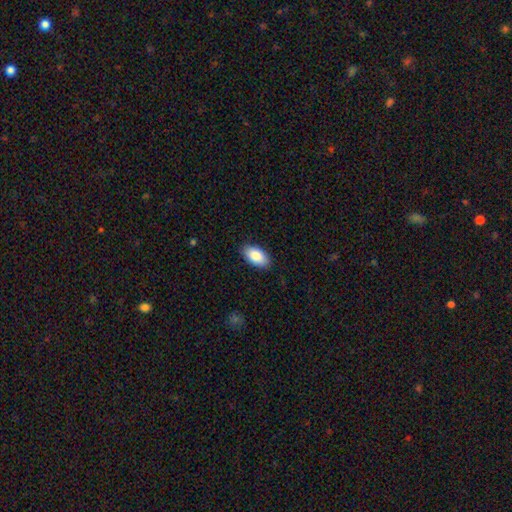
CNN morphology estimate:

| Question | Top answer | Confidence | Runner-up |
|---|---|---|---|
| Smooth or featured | smooth | 88% | featured or disk (6%) |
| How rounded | in between | 95% | round (3%) |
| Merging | none | 88% | minor disturbance (9%) |